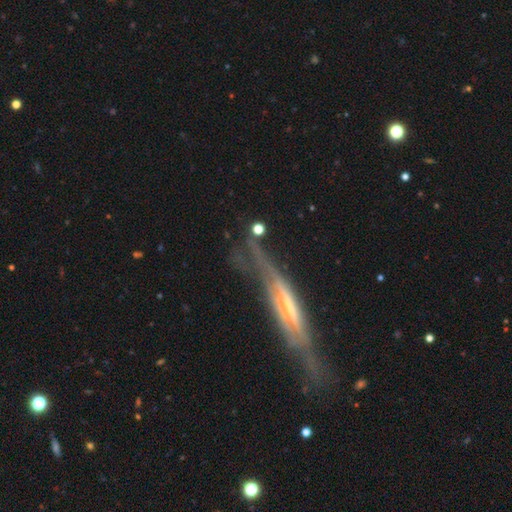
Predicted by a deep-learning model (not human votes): featured or disk 77%, smooth 14%, star or artifact 9%. Down the decision tree: edge-on disk — yes (74%); edge-on bulge — none (43%); merging — none (54%).